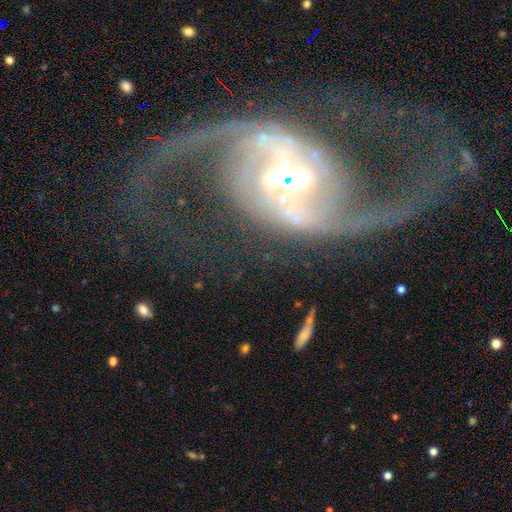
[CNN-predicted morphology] type=featured or disk (92%); edge-on=no (98%); bar=strong (48%); spiral arms=yes (98%); winding=loose (48%); arm count=2 (94%); bulge=moderate (46%); merging=none (73%).